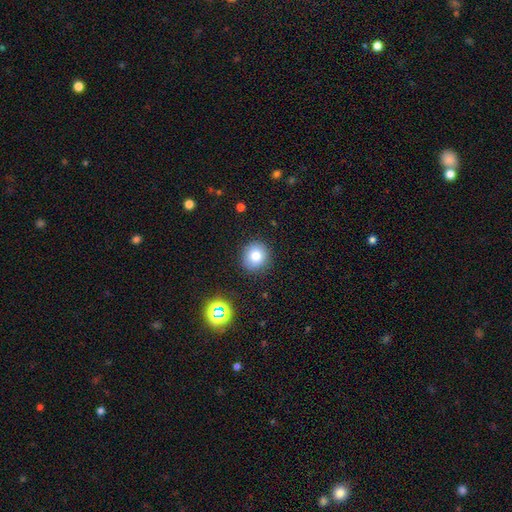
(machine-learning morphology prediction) Smooth or featured? Predicted: smooth (p=0.77). How rounded? Predicted: round (p=0.87). Merging? Predicted: none (p=0.89).